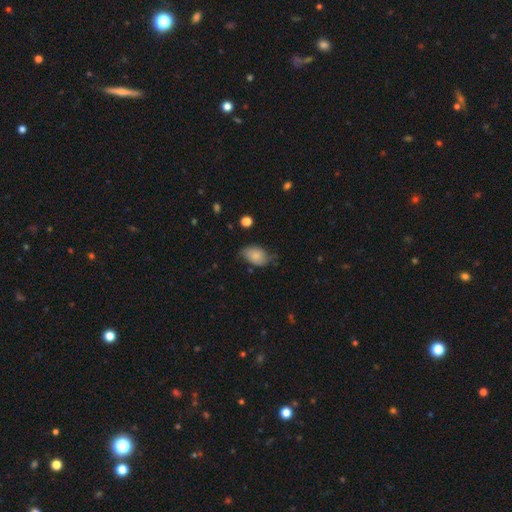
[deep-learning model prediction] smooth 80%, featured or disk 13%, star or artifact 7%. Down the decision tree: how rounded — in between (89%); merging — none (58%).